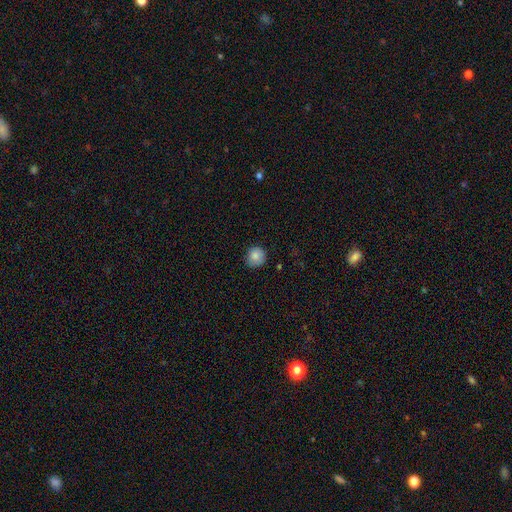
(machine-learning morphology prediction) This appears to be a smooth galaxy with no disk features (86%) that is round (91%). Merging: none (81%).